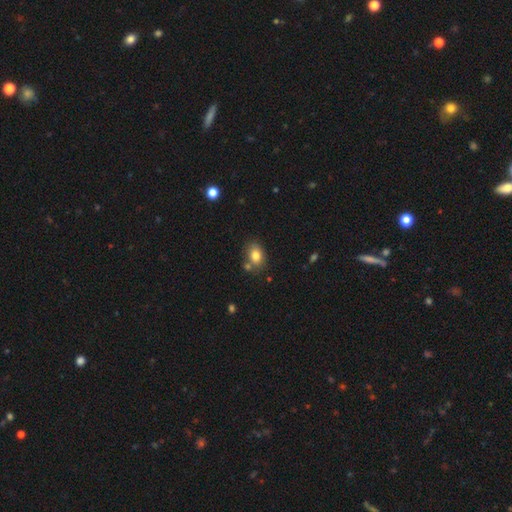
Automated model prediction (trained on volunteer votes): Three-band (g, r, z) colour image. It shows a smooth galaxy with no disk features (80%) that is in between round and cigar-shaped (66%). Merging: none (67%).